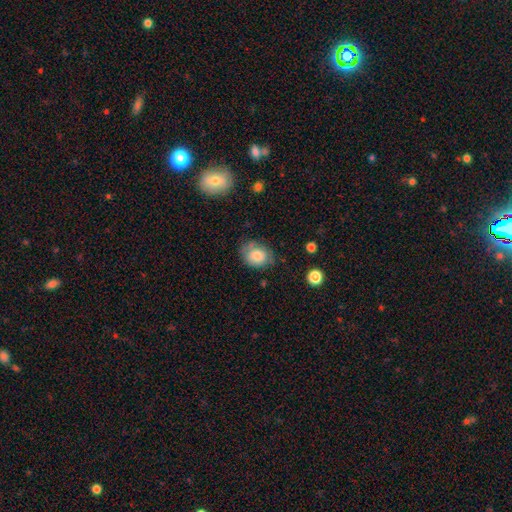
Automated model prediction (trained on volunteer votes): Smooth or featured?
  - smooth: 77% *
  - featured or disk: 15%
  - star or artifact: 8%
How rounded?
  - in between: 59% *
  - round: 40%
  - cigar-shaped: 1%
Merging?
  - none: 62% *
  - minor disturbance: 26%
  - major disturbance: 8%
  - merger: 4%